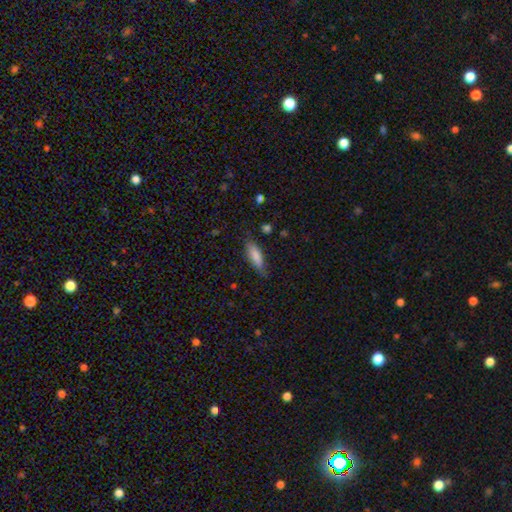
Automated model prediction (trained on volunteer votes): Smooth or featured? Predicted: smooth (p=0.82). How rounded? Predicted: in between (p=0.55). Merging? Predicted: none (p=0.76).